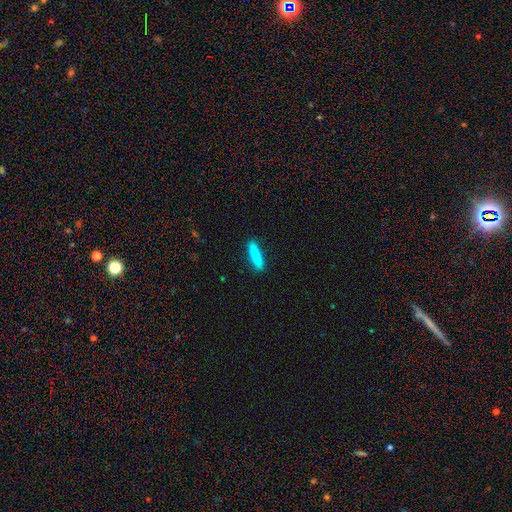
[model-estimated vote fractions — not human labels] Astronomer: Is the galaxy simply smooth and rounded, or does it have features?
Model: smooth — 68%.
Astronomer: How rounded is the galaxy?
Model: cigar-shaped — 76%.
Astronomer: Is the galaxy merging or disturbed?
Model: none — 89%.